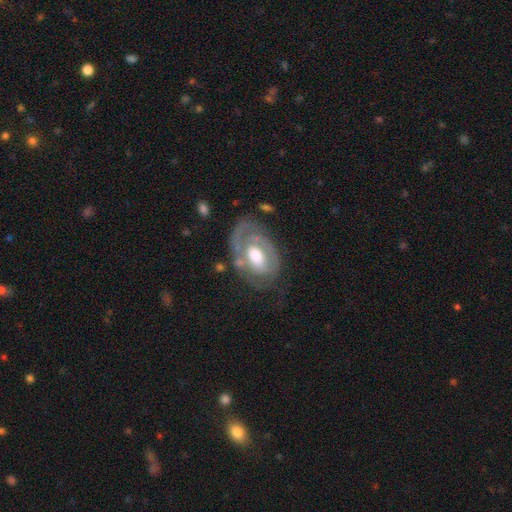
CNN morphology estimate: A featured or disk galaxy (73%) with no bar (63%), spiral arms (66%) and a moderate central bulge (61%). Merging: none (52%).